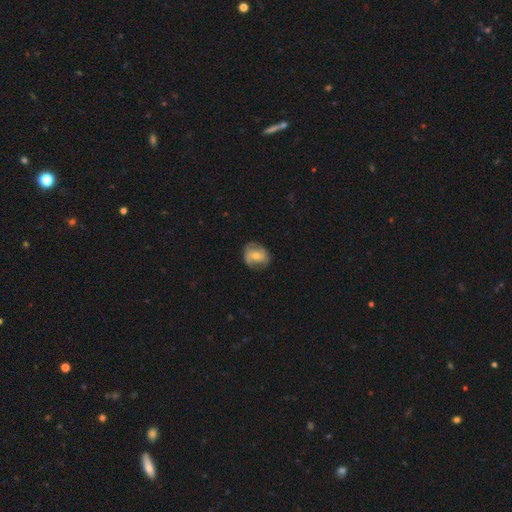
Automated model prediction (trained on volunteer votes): Overall: featured or disk (50%; smooth 43%). Merging: none (70%).